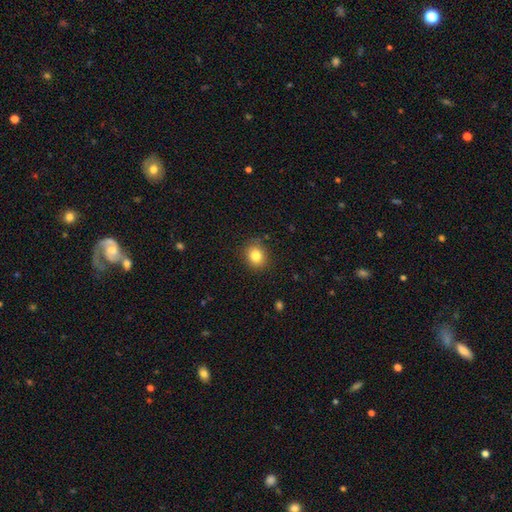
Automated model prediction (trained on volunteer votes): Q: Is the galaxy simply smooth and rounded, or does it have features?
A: smooth — 83%.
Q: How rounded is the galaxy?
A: round — 66%.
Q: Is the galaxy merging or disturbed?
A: none — 86%.